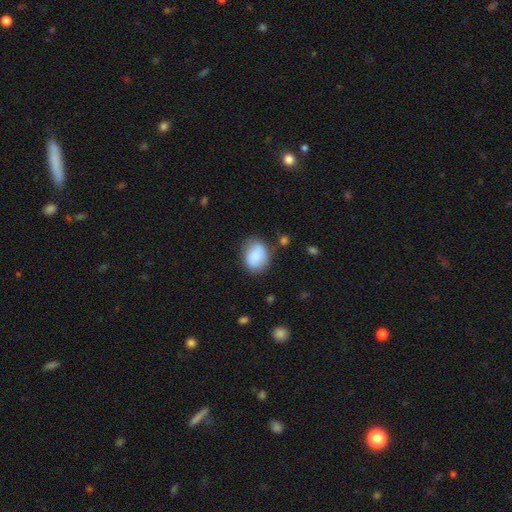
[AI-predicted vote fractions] A smooth galaxy with no disk features (85%) that is in between round and cigar-shaped (60%).

Vote fractions:
- Smooth or featured? smooth: 85% / featured or disk: 8% / star or artifact: 7%
- How rounded? in between: 60% / round: 39% / cigar-shaped: 1%
- Merging? none: 65% / minor disturbance: 24% / major disturbance: 7% / merger: 4%